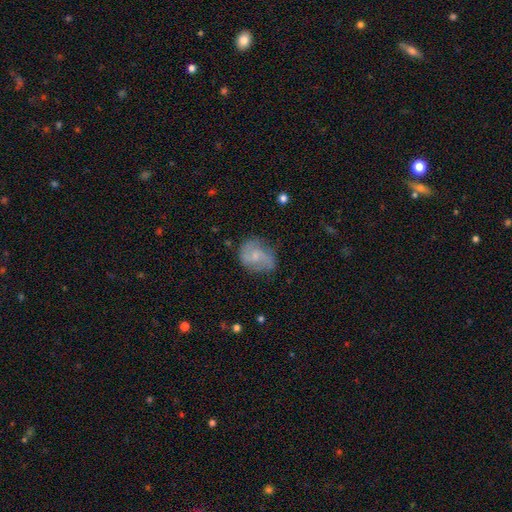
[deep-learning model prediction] Q: Smooth or featured?
A: featured or disk (65%); runner-up: smooth (28%)
Q: Edge-on disk?
A: no (97%); runner-up: yes (3%)
Q: Bar?
A: no (54%); runner-up: weak (39%)
Q: Spiral arms?
A: yes (89%); runner-up: no (11%)
Q: Spiral winding?
A: medium (45%); runner-up: loose (35%)
Q: Spiral arm count?
A: 2 (81%); runner-up: can't tell (10%)
Q: Bulge size?
A: small (57%); runner-up: moderate (31%)
Q: Merging?
A: none (65%); runner-up: minor disturbance (24%)